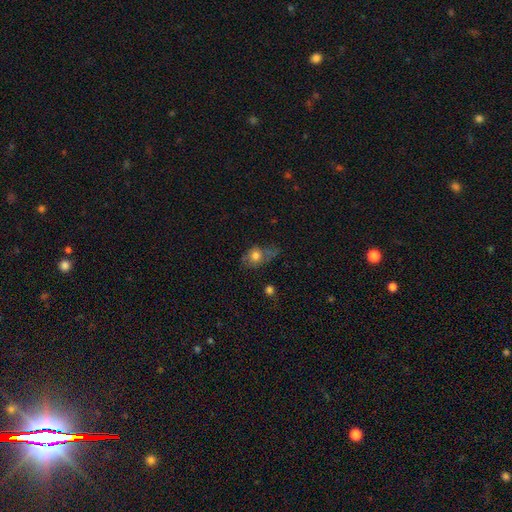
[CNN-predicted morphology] smooth_or_featured: smooth (p=0.66) [alt: featured or disk p=0.23]
how_rounded: in between (p=0.59) [alt: round p=0.39]
merging: none (p=0.38) [alt: minor disturbance p=0.31]